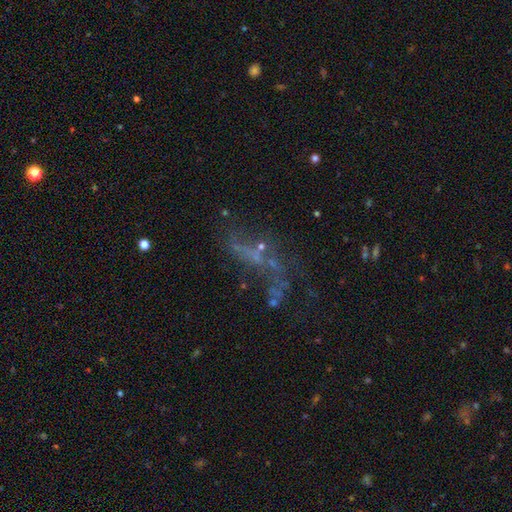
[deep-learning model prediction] A featured or disk galaxy (50%).

Vote fractions:
- Smooth or featured? featured or disk: 50% / star or artifact: 30% / smooth: 20%
- Edge-on disk? no: 91% / yes: 9%
- Merging? major disturbance: 36% / none: 35% / merger: 15% / minor disturbance: 14%